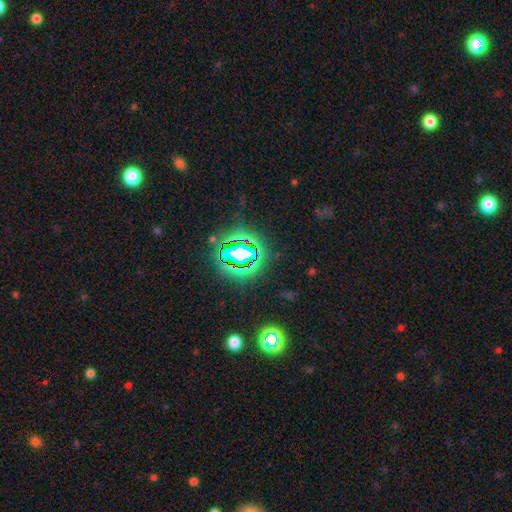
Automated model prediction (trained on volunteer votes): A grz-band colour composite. It shows a star or artifact, not a galaxy (81%).